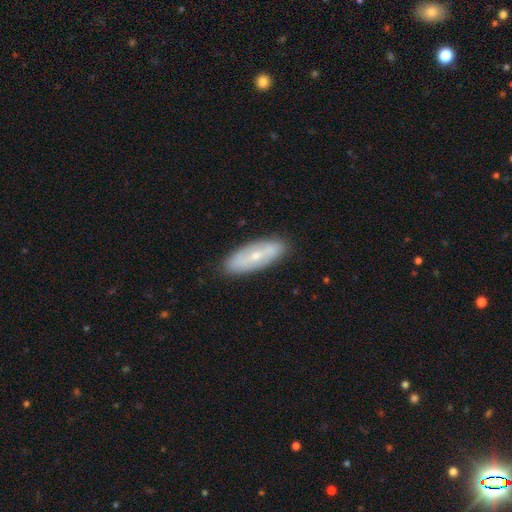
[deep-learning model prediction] featured or disk 52%, smooth 42%, star or artifact 6%. Down the decision tree: edge-on disk — no (74%); merging — none (88%).